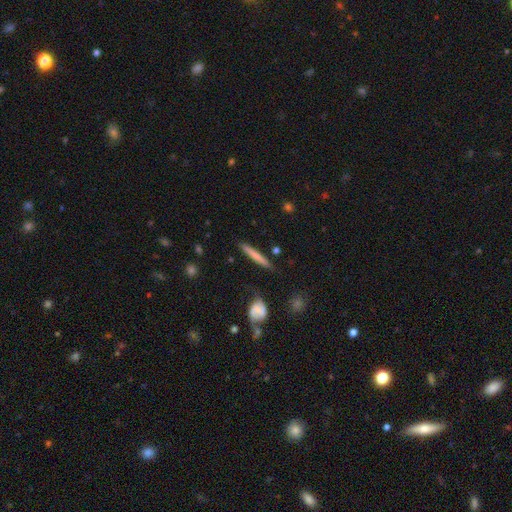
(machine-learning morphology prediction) Smooth or featured? smooth (62%)
How rounded? cigar-shaped (94%)
Merging? none (83%)